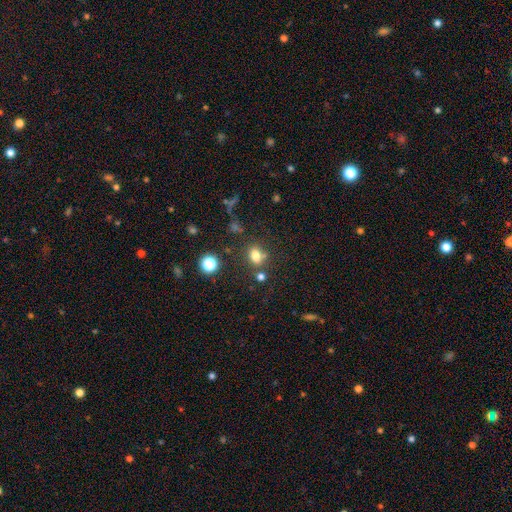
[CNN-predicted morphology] Smooth or featured: smooth — 75% (star or artifact — 16%)
How rounded: in between — 60% (round — 39%)
Merging: none — 66% (merger — 16%)